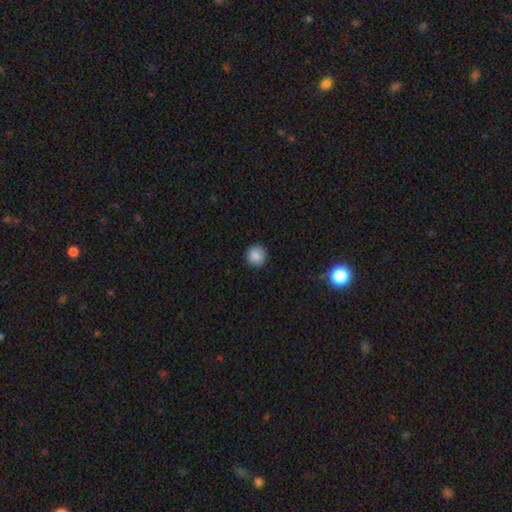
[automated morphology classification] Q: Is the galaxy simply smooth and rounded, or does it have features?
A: smooth — 88%.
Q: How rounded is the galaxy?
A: round — 94%.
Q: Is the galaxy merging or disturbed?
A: none — 91%.